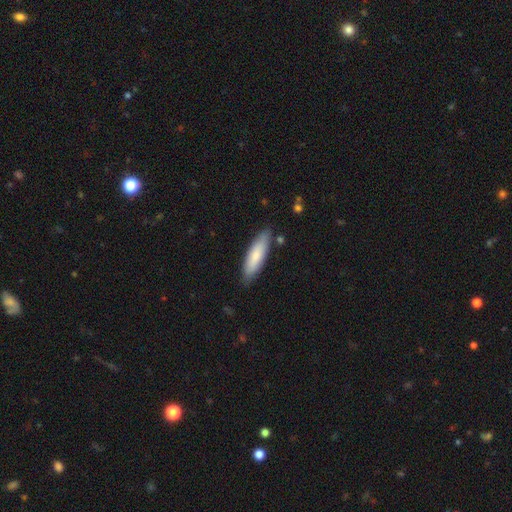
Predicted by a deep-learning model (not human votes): Morphology: type=smooth (78%); roundness=cigar-shaped (58%); merging=none (84%).